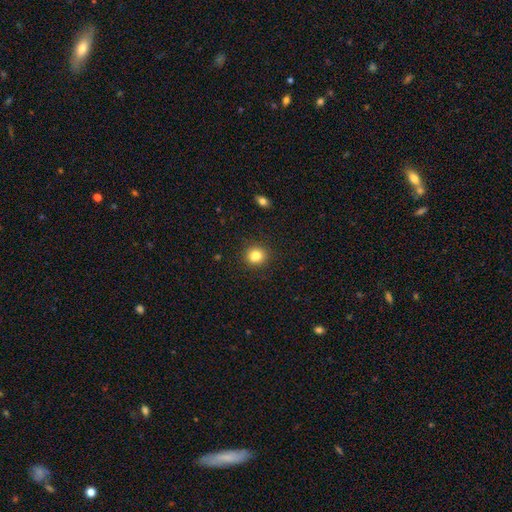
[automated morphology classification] smooth_or_featured: smooth (p=0.83) [alt: star or artifact p=0.11]
how_rounded: round (p=0.87) [alt: in between p=0.12]
merging: none (p=0.91) [alt: minor disturbance p=0.06]